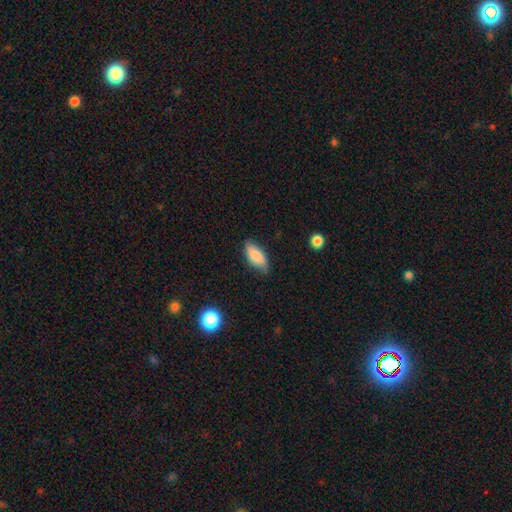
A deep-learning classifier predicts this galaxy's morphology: This appears to be a smooth galaxy with no disk features (85%) that is in between round and cigar-shaped (87%). Merging: none (75%).